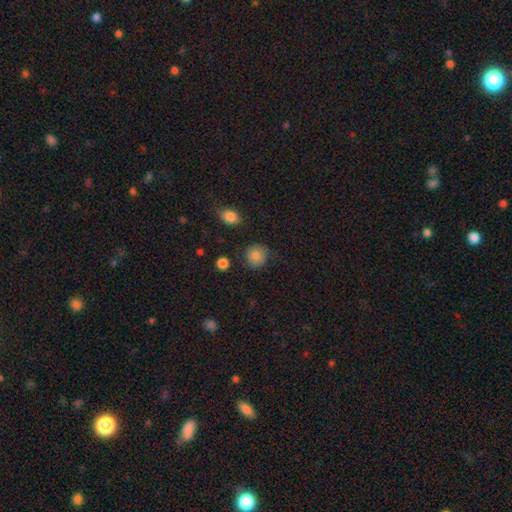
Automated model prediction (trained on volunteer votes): Q: Smooth or featured?
A: smooth (80%); runner-up: featured or disk (10%)
Q: How rounded?
A: round (87%); runner-up: in between (12%)
Q: Merging?
A: none (79%); runner-up: minor disturbance (15%)